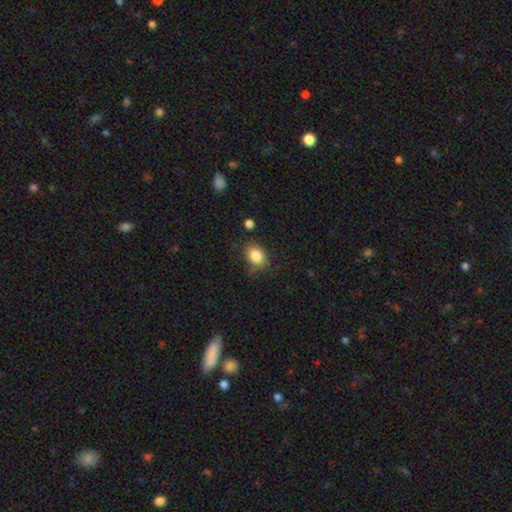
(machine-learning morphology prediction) Smooth or featured? smooth (84%)
How rounded? in between (61%)
Merging? none (70%)